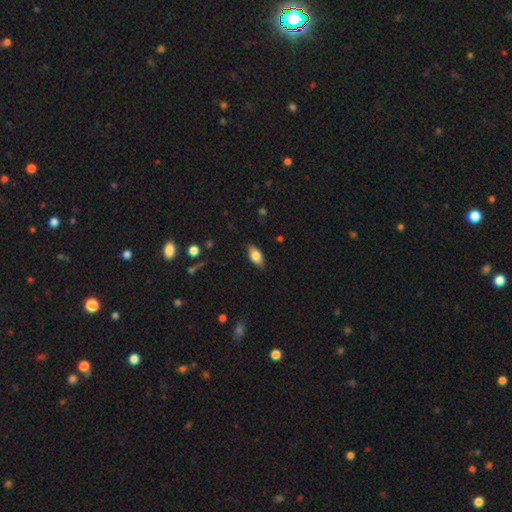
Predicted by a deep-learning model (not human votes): smooth_or_featured: smooth (p=0.72) [alt: featured or disk p=0.20]
how_rounded: in between (p=0.87) [alt: cigar-shaped p=0.09]
merging: none (p=0.85) [alt: minor disturbance p=0.12]